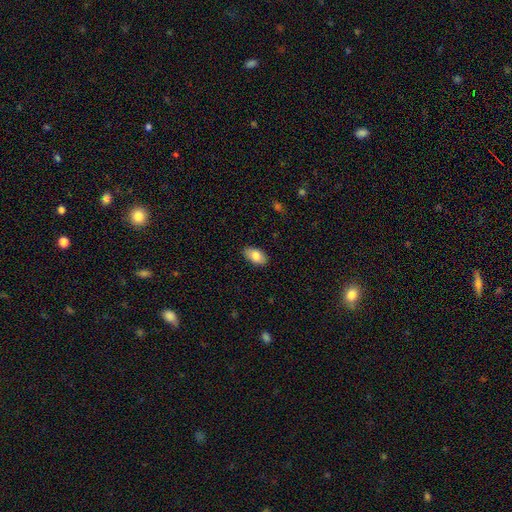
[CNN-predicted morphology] smooth_or_featured: smooth (p=0.83) [alt: featured or disk p=0.11]
how_rounded: in between (p=0.93) [alt: round p=0.04]
merging: none (p=0.87) [alt: minor disturbance p=0.10]